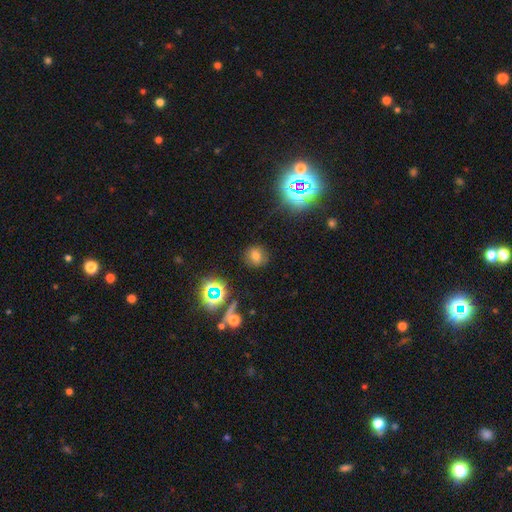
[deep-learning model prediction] Smooth or featured? Predicted: smooth (p=0.65). How rounded? Predicted: round (p=0.76). Merging? Predicted: none (p=0.85).